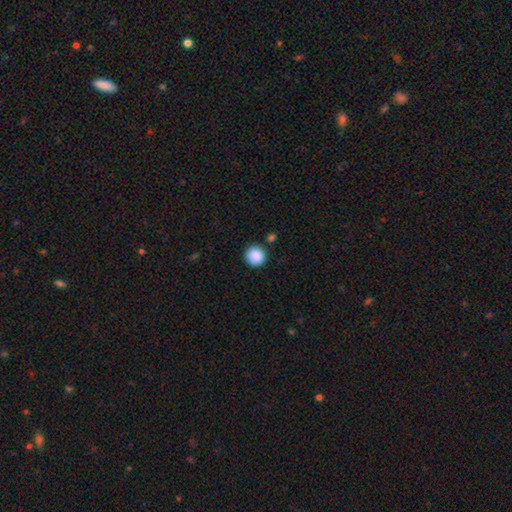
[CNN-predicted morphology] A smooth galaxy with no disk features (89%) that is round (94%).

Vote fractions:
- Smooth or featured? smooth: 89% / star or artifact: 8% / featured or disk: 3%
- How rounded? round: 94% / in between: 5% / cigar-shaped: 1%
- Merging? none: 87% / minor disturbance: 7% / merger: 3% / major disturbance: 2%